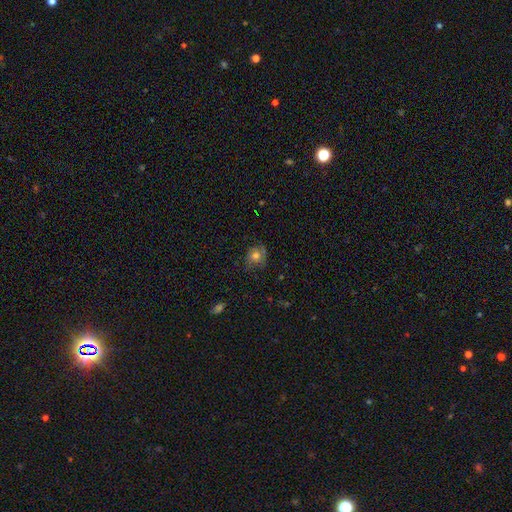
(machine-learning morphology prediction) Smooth or featured? Predicted: smooth (p=0.63). How rounded? Predicted: round (p=0.78). Merging? Predicted: none (p=0.67).